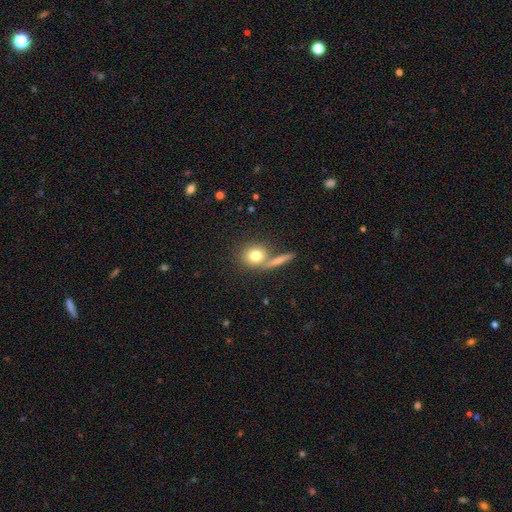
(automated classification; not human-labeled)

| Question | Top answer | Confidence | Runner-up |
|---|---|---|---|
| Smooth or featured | smooth | 76% | featured or disk (14%) |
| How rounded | round | 76% | in between (21%) |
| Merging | none | 58% | merger (26%) |